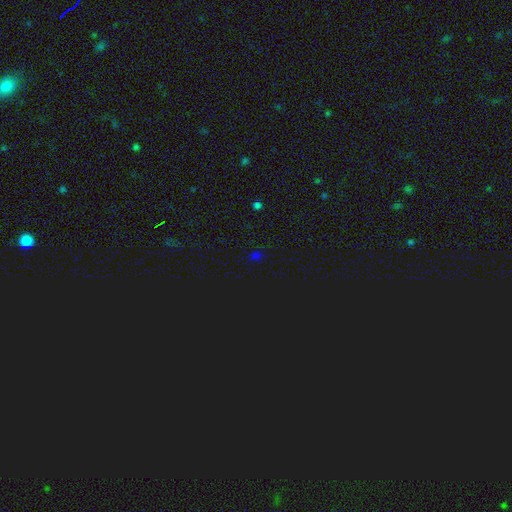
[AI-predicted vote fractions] A star or artifact, not a galaxy (55%).